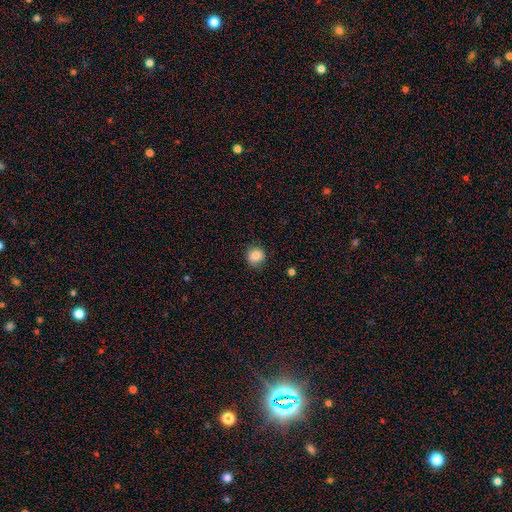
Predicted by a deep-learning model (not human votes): Smooth or featured?
  - smooth: 85% *
  - star or artifact: 10%
  - featured or disk: 5%
How rounded?
  - round: 84% *
  - in between: 15%
  - cigar-shaped: 1%
Merging?
  - none: 81% *
  - minor disturbance: 15%
  - major disturbance: 3%
  - merger: 1%